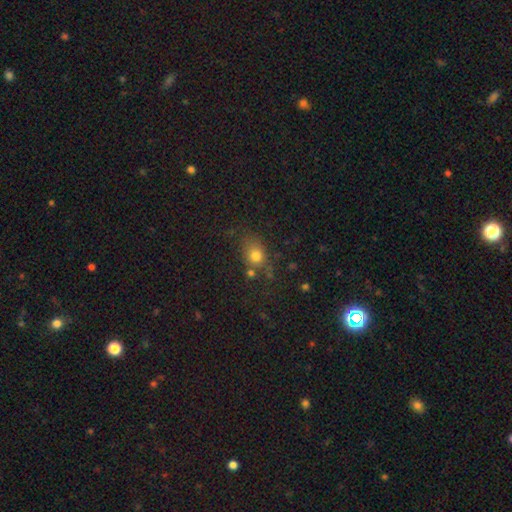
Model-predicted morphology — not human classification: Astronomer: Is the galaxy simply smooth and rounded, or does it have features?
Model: smooth — 75%.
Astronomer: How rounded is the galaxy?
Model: round — 54% (runner-up: in between, 44%).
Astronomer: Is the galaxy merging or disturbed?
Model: none — 64%.